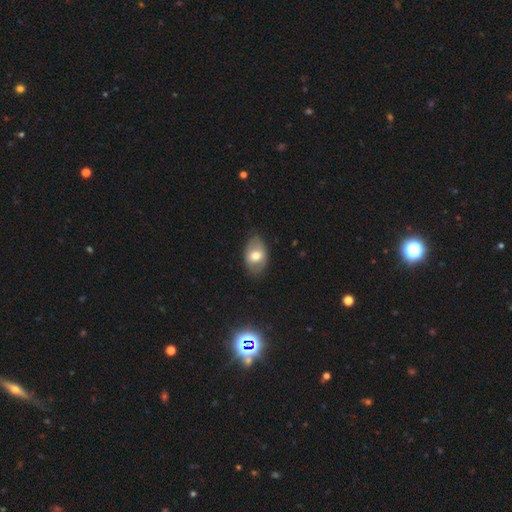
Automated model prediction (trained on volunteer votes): The model was most divided on "smooth or featured": smooth: 63%, featured or disk: 30%, star or artifact: 7%. More confident: how rounded — in between (85%); merging — none (77%).